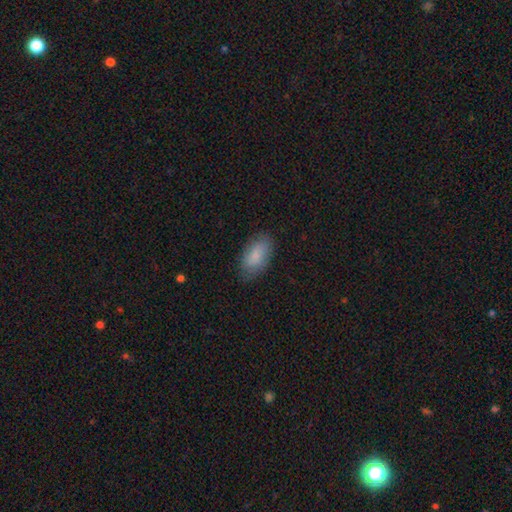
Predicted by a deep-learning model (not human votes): smooth_or_featured: smooth (p=0.85) [alt: featured or disk p=0.09]
how_rounded: in between (p=0.93) [alt: cigar-shaped p=0.04]
merging: none (p=0.81) [alt: minor disturbance p=0.14]